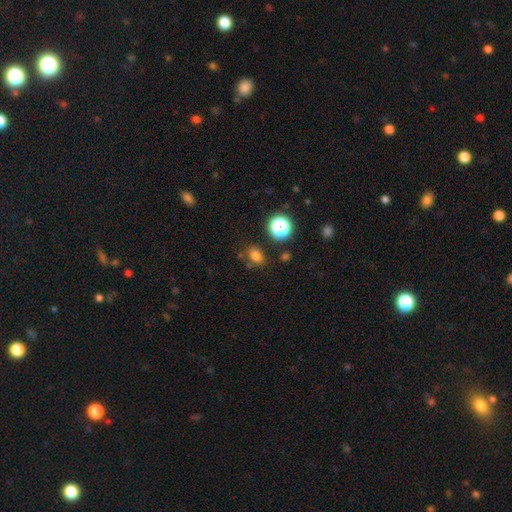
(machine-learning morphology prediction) smooth 74%, star or artifact 19%, featured or disk 7%. Down the decision tree: how rounded — in between (58%); merging — none (75%).